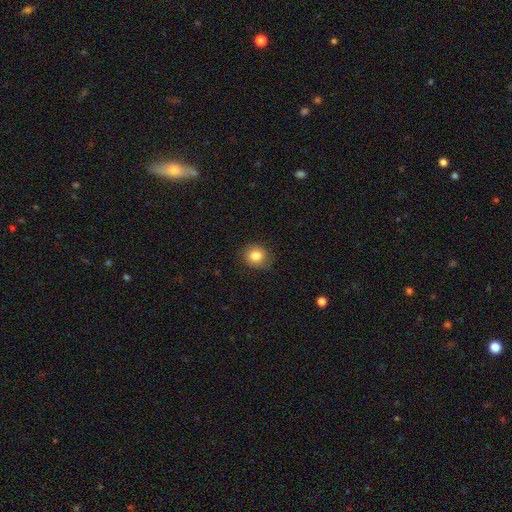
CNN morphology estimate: Smooth or featured? smooth (81%)
How rounded? round (77%)
Merging? none (83%)